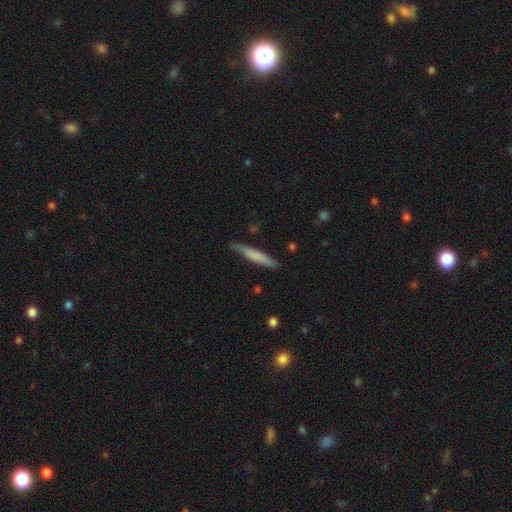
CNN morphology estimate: Overall: smooth (71%). How rounded: cigar-shaped (92%). Merging: none (76%).